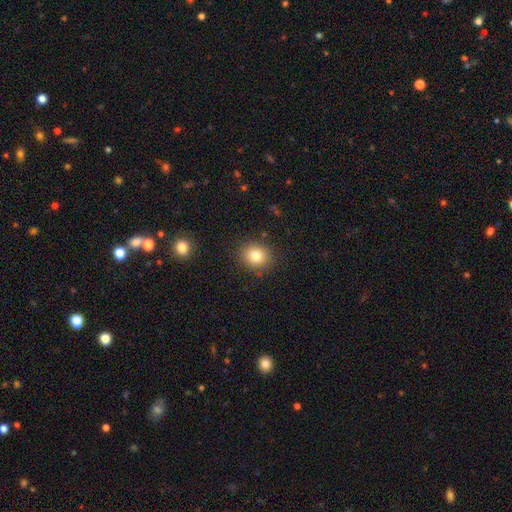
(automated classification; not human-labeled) Smooth or featured?
  - smooth: 80% *
  - star or artifact: 11%
  - featured or disk: 8%
How rounded?
  - round: 75% *
  - in between: 24%
  - cigar-shaped: 1%
Merging?
  - none: 87% *
  - minor disturbance: 9%
  - major disturbance: 3%
  - merger: 2%